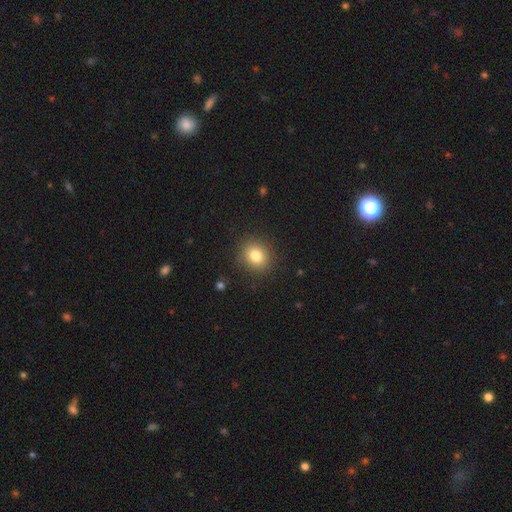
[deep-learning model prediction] This is clearly a smooth galaxy (81%). How rounded: likely round (73%). Merging: clearly none (87%).